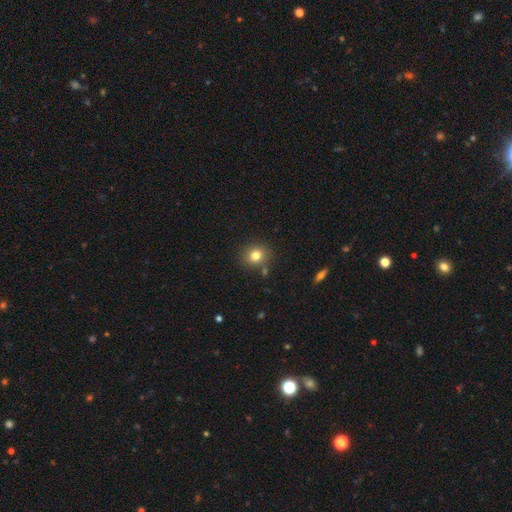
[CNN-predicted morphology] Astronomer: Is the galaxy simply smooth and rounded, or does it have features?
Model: smooth — 80%.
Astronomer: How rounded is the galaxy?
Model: round — 79%.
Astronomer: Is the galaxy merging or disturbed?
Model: none — 82%.